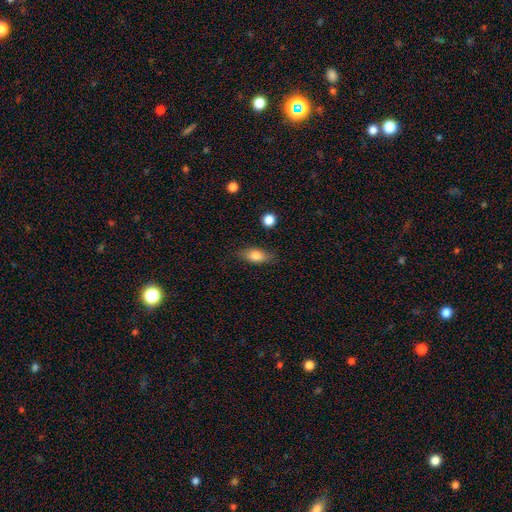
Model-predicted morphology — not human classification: This appears to be a smooth galaxy with no disk features (78%) that is in between round and cigar-shaped (80%). Merging: none (80%).